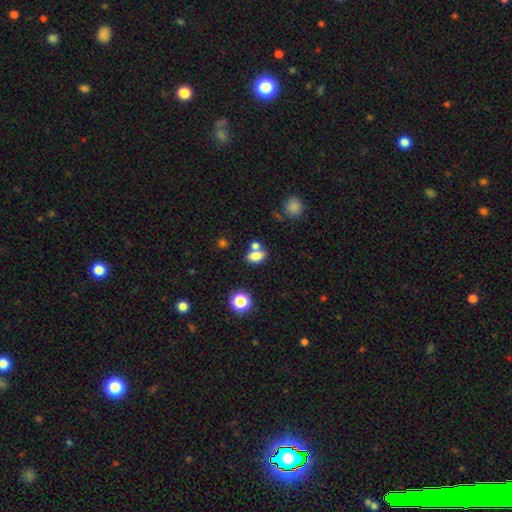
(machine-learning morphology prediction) The model was most divided on "merging": none: 51%, merger: 33%, minor disturbance: 11%, major disturbance: 4%. More confident: how rounded — in between (81%); smooth or featured — smooth (78%).